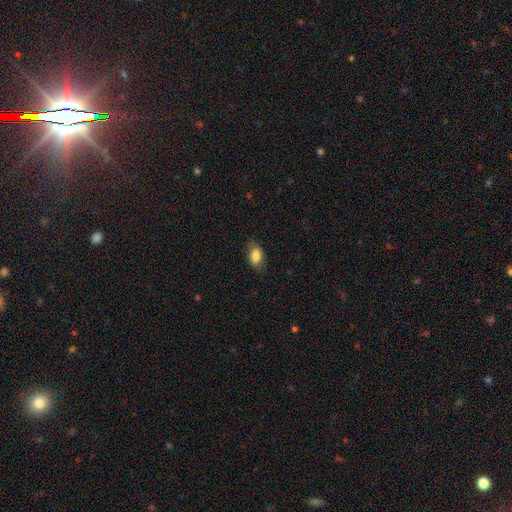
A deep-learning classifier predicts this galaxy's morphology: type=smooth (82%); roundness=in between (88%); merging=none (77%).